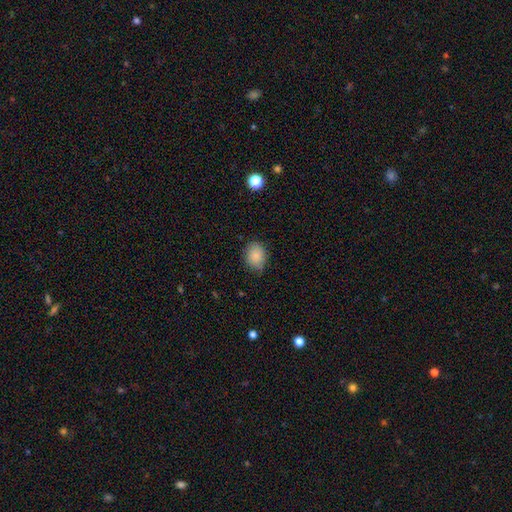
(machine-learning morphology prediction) type=smooth (86%); roundness=in between (57%); merging=none (76%).